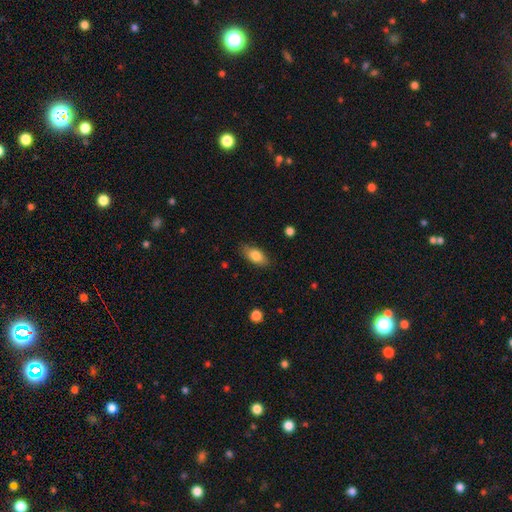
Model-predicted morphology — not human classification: A smooth galaxy with no disk features (80%) that is in between round and cigar-shaped (88%).

Vote fractions:
- Smooth or featured? smooth: 80% / featured or disk: 13% / star or artifact: 7%
- How rounded? in between: 88% / cigar-shaped: 8% / round: 5%
- Merging? none: 81% / minor disturbance: 14% / major disturbance: 3% / merger: 1%